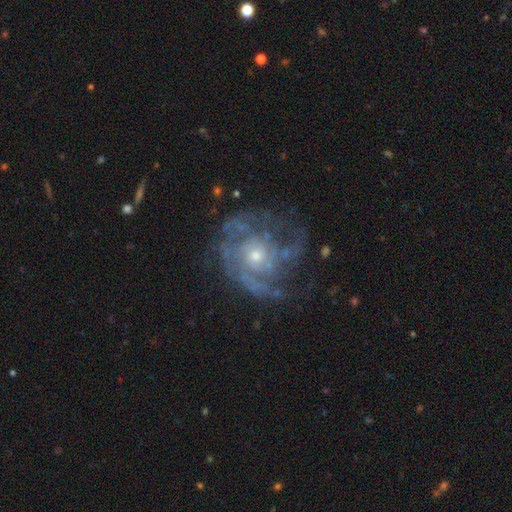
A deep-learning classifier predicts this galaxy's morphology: This is clearly a featured or disk galaxy (84%). It is clearly not viewed edge-on (98%). Bar: clearly no (82%). Spiral arm pattern: clearly yes (87%). Spiral arm count: marginally can't tell (35%). Spiral winding: possibly tight (50%). Central bulge: possibly small (52%). Merging: possibly none (58%).